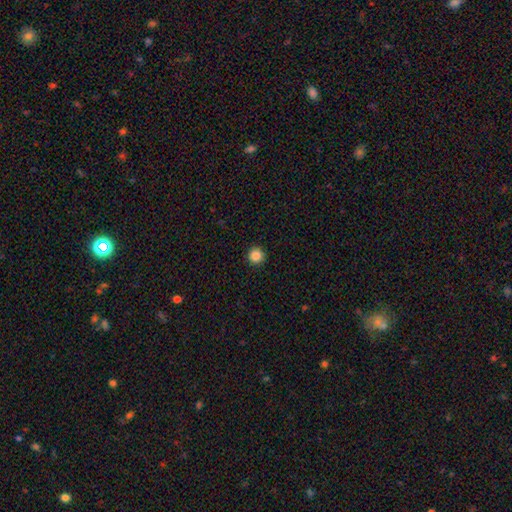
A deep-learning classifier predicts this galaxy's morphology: type=smooth (86%); roundness=round (96%); merging=none (93%).